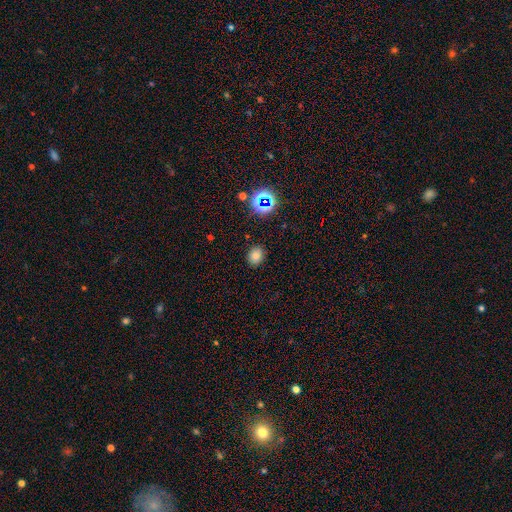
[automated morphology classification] smooth 76%, star or artifact 18%, featured or disk 6%. Down the decision tree: how rounded — round (58%); merging — none (86%).